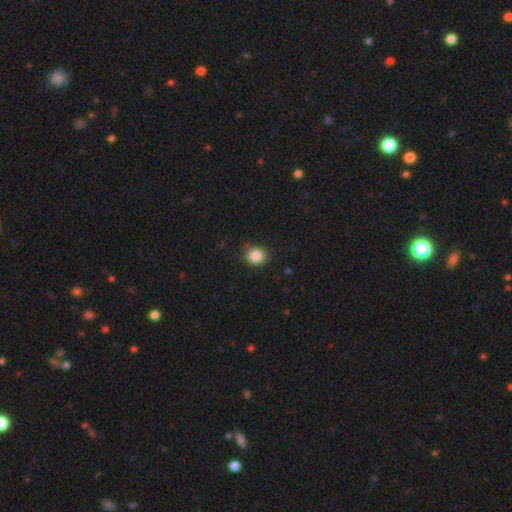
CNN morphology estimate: Smooth or featured: smooth — 86% (star or artifact — 10%)
How rounded: round — 82% (in between — 17%)
Merging: none — 84% (minor disturbance — 12%)